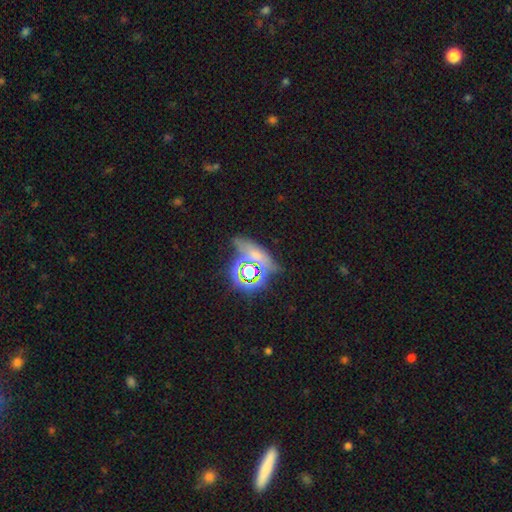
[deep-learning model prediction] smooth-or-featured: star or artifact: 48% | smooth: 36% | featured or disk: 17%